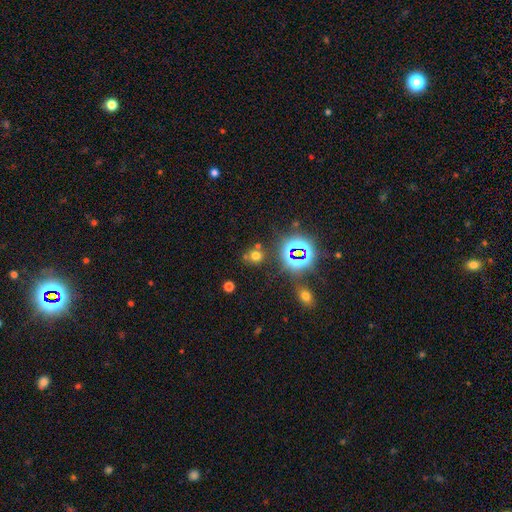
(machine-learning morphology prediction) The model was most divided on "smooth or featured": smooth: 56%, star or artifact: 35%, featured or disk: 9%. More confident: how rounded — round (80%); merging — none (73%).